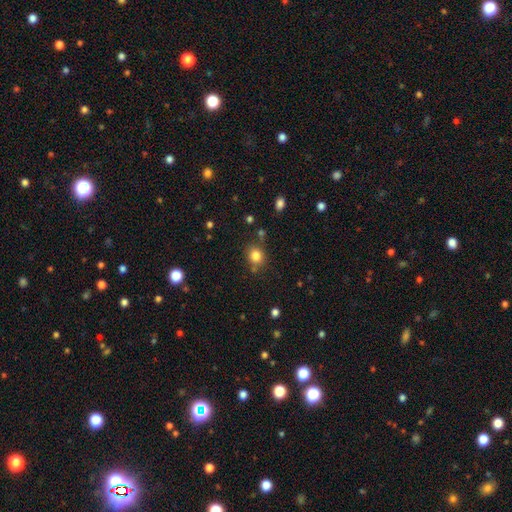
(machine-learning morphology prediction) Smooth or featured? Predicted: smooth (p=0.82). How rounded? Predicted: round (p=0.72). Merging? Predicted: none (p=0.75).